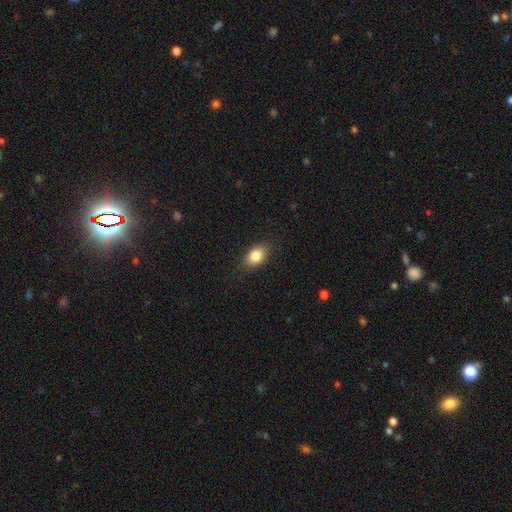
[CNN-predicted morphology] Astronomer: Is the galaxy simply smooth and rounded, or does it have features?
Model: smooth — 84%.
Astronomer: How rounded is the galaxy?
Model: in between — 80%.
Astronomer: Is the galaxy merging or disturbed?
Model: none — 85%.